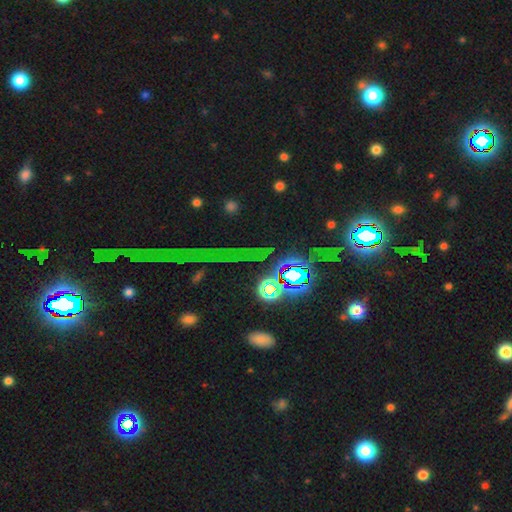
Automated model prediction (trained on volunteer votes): Smooth or featured: star or artifact — 75% (smooth — 14%)